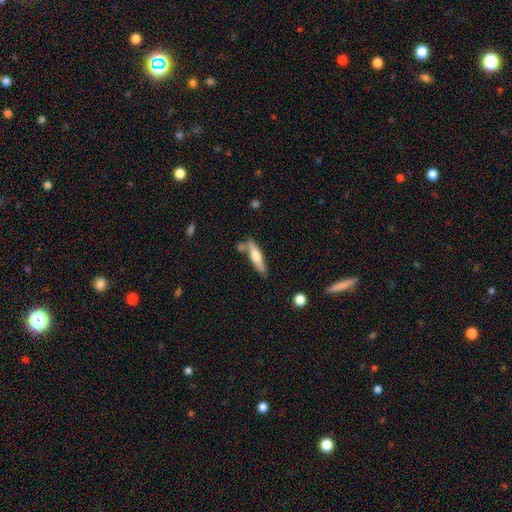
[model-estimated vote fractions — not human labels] Q: Smooth or featured?
A: featured or disk (47%); tied with: smooth (47%)
Q: Merging?
A: none (69%); runner-up: minor disturbance (15%)